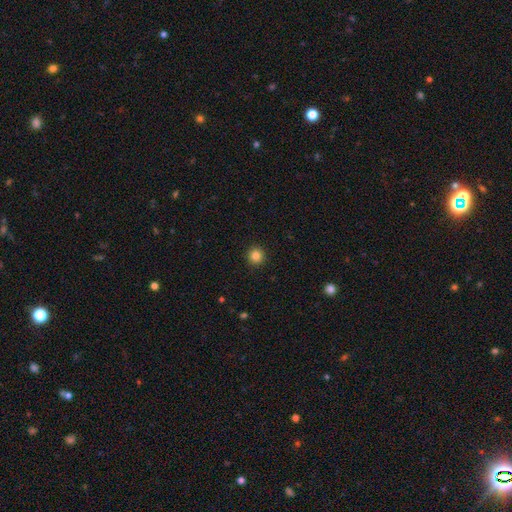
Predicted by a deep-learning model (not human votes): This is clearly a smooth galaxy (85%). How rounded: clearly round (94%). Merging: clearly none (92%).